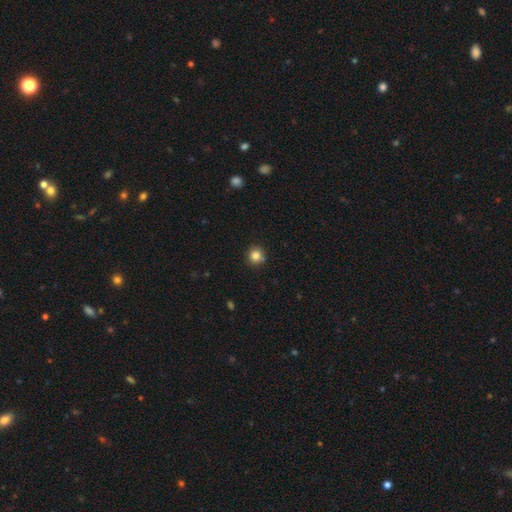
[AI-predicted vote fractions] Overall: smooth (84%). How rounded: round (92%). Merging: none (88%).